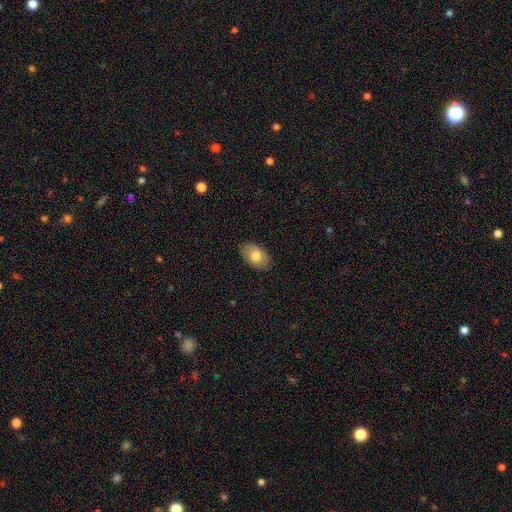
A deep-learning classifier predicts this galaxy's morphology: Smooth or featured?
  - smooth: 78% *
  - featured or disk: 15%
  - star or artifact: 7%
How rounded?
  - in between: 90% *
  - round: 9%
  - cigar-shaped: 1%
Merging?
  - none: 85% *
  - minor disturbance: 12%
  - major disturbance: 2%
  - merger: 1%